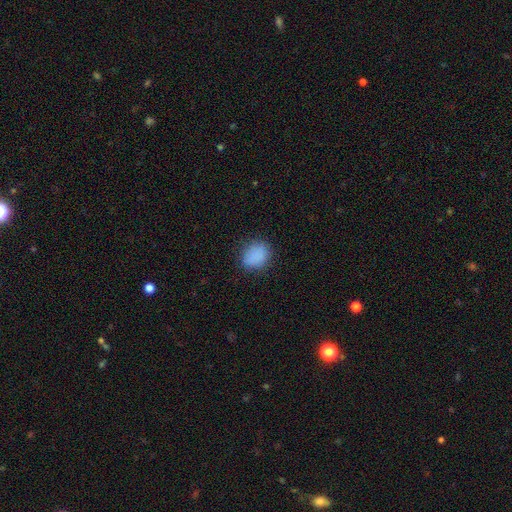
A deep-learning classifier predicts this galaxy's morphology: This is clearly a smooth galaxy (85%). How rounded: likely round (60%). Merging: clearly none (80%).